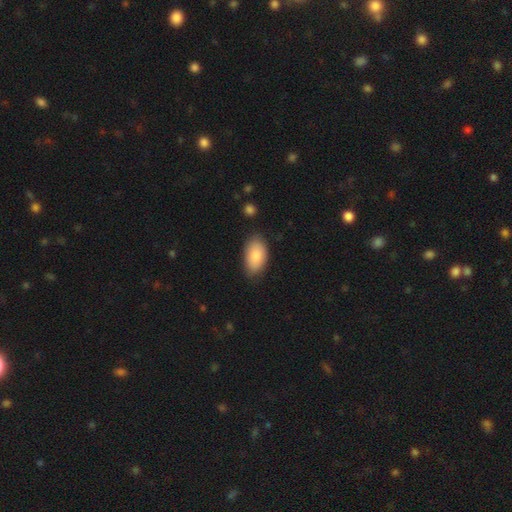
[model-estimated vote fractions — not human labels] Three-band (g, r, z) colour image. It shows a smooth galaxy with no disk features (85%) that is in between round and cigar-shaped (94%). Merging: none (79%).